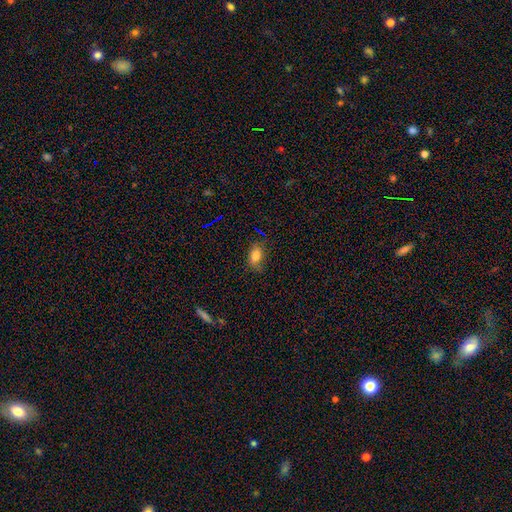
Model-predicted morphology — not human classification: A smooth galaxy with no disk features (79%) that is in between round and cigar-shaped (84%). Merging: none (69%).